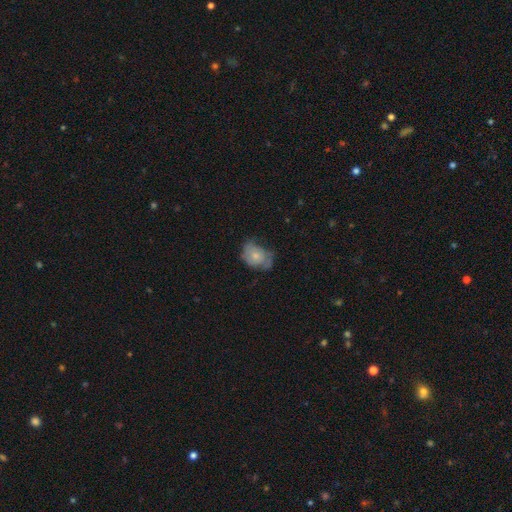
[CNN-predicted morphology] Overall: smooth (54%; featured or disk 39%). How rounded: in between (64%; round 35%). Merging: minor disturbance (36%, tied with none).